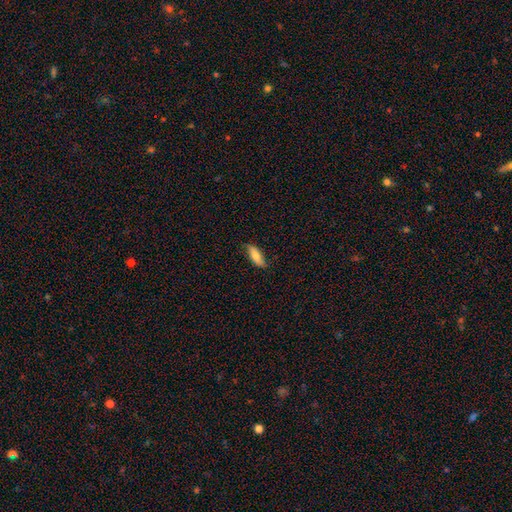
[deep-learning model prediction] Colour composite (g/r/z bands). It shows a smooth galaxy with no disk features (75%) that is in between round and cigar-shaped (66%). Merging: none (78%).